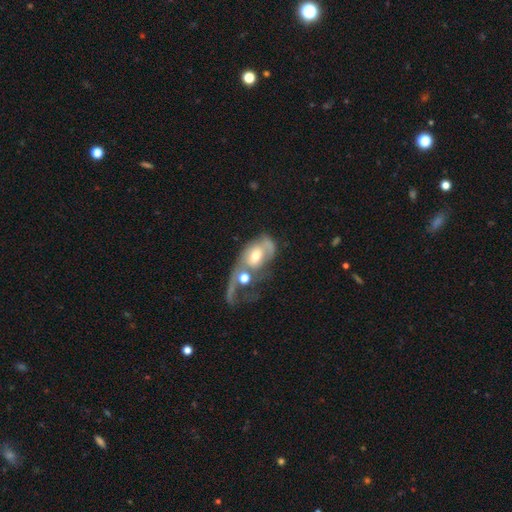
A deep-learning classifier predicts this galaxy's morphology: A featured or disk galaxy (54%).

Vote fractions:
- Smooth or featured? featured or disk: 54% / smooth: 38% / star or artifact: 8%
- Edge-on disk? no: 93% / yes: 7%
- Merging? merger: 54% / major disturbance: 24% / none: 13% / minor disturbance: 9%